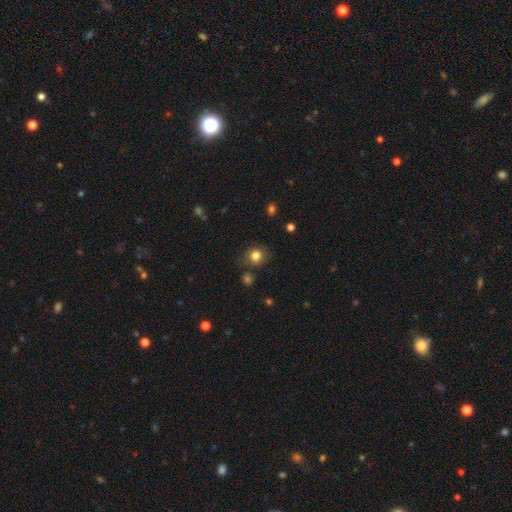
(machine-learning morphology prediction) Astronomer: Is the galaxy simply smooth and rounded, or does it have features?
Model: smooth — 82%.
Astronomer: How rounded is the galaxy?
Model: round — 75%.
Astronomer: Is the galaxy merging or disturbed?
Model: none — 77%.